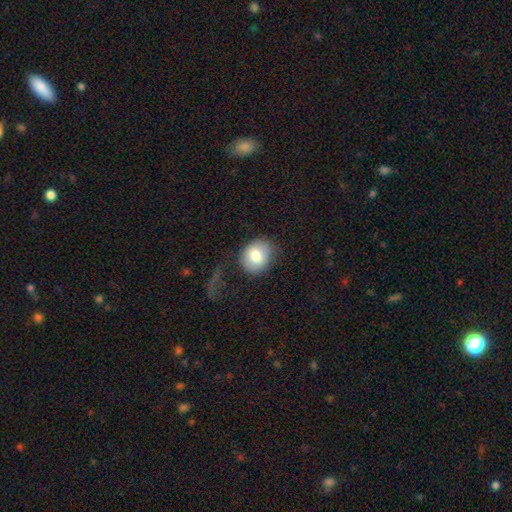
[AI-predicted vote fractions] Smooth or featured? Predicted: smooth (p=0.79). How rounded? Predicted: round (p=0.69). Merging? Predicted: none (p=0.70).